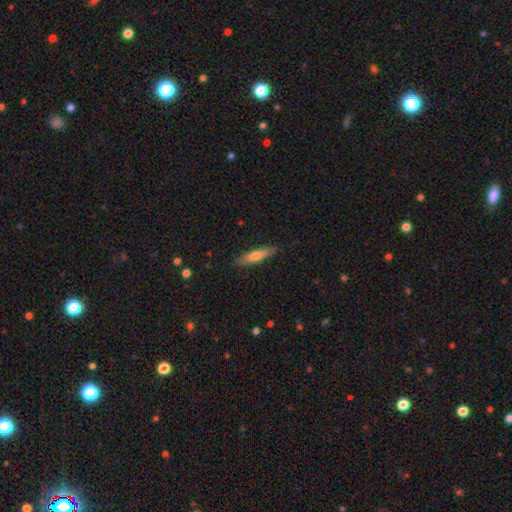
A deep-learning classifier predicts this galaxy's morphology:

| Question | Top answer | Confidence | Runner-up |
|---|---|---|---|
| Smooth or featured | smooth | 65% | featured or disk (29%) |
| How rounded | cigar-shaped | 77% | in between (21%) |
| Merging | none | 84% | minor disturbance (12%) |